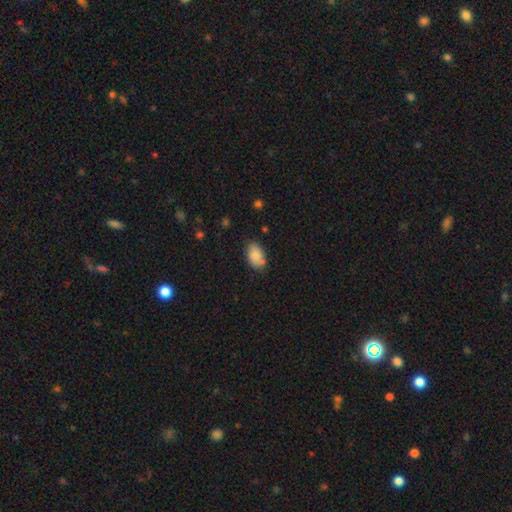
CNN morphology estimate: This is clearly a smooth galaxy (82%). How rounded: clearly in between (91%). Merging: likely none (70%).